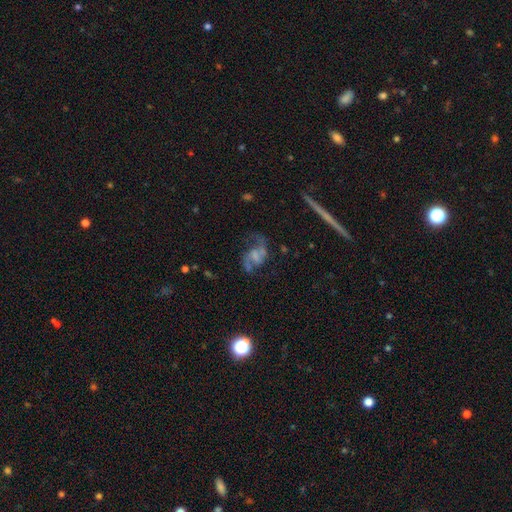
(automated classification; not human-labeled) Morphology: type=featured or disk (78%); edge-on=no (97%); bar=no (46%); spiral arms=yes (90%); winding=loose (59%); arm count=2 (89%); bulge=none (55%); merging=none (56%).